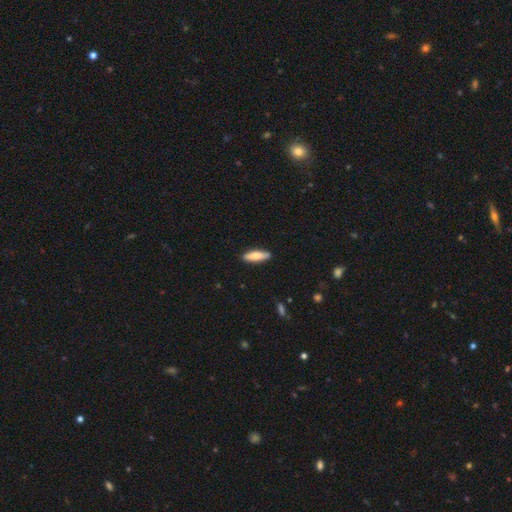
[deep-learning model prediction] Smooth or featured: smooth — 73% (featured or disk — 21%)
How rounded: cigar-shaped — 61% (in between — 37%)
Merging: none — 88% (minor disturbance — 9%)